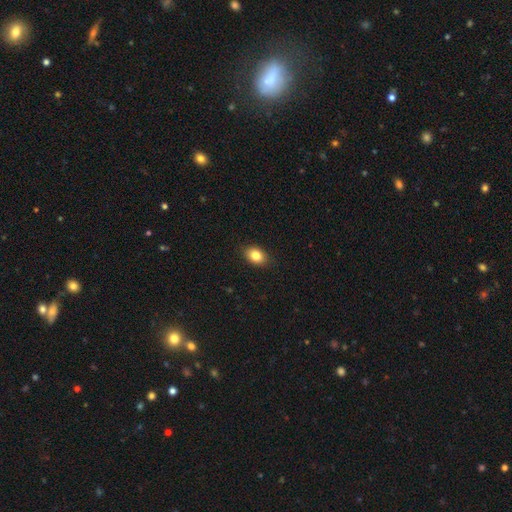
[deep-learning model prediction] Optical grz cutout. It shows a smooth galaxy with no disk features (83%) that is in between round and cigar-shaped (76%). Merging: none (88%).